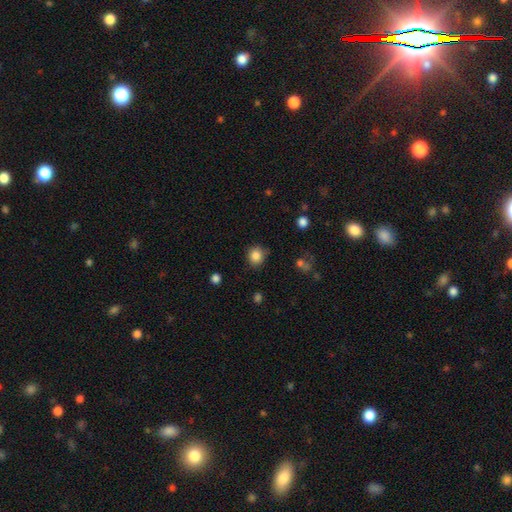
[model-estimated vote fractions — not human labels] smooth_or_featured: smooth (p=0.85) [alt: star or artifact p=0.10]
how_rounded: round (p=0.85) [alt: in between p=0.14]
merging: none (p=0.83) [alt: minor disturbance p=0.12]